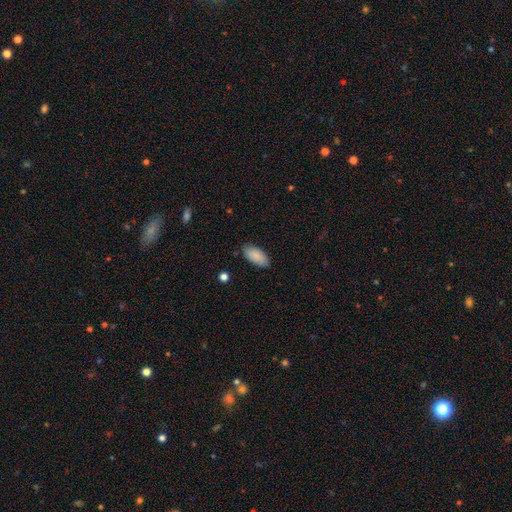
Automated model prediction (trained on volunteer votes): smooth-or-featured: smooth: 89% | star or artifact: 6% | featured or disk: 5%
  how-rounded: in between: 93% | cigar-shaped: 5% | round: 2%
  merging: none: 84% | minor disturbance: 12% | major disturbance: 2% | merger: 1%